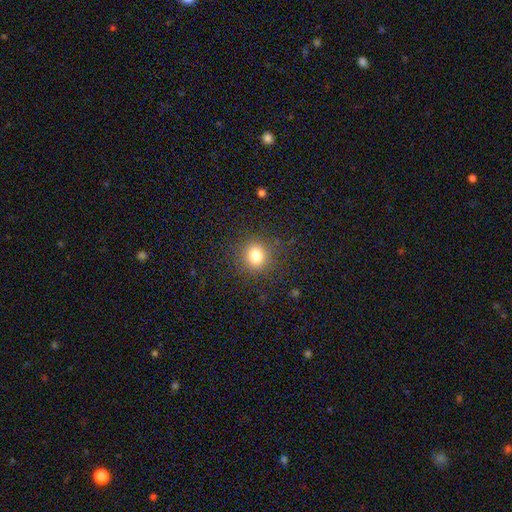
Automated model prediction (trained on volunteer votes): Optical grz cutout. It shows a smooth galaxy with no disk features (80%) that is round (85%). Merging: none (88%).